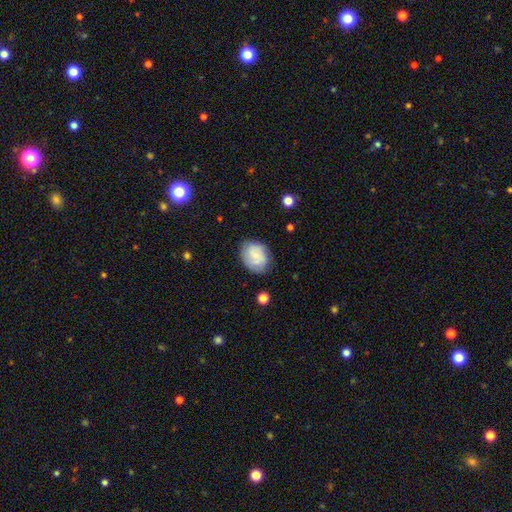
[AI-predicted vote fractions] smooth-or-featured: smooth: 57% | featured or disk: 35% | star or artifact: 8%
  how-rounded: in between: 55% | round: 44% | cigar-shaped: 1%
  merging: none: 73% | minor disturbance: 19% | major disturbance: 5% | merger: 2%